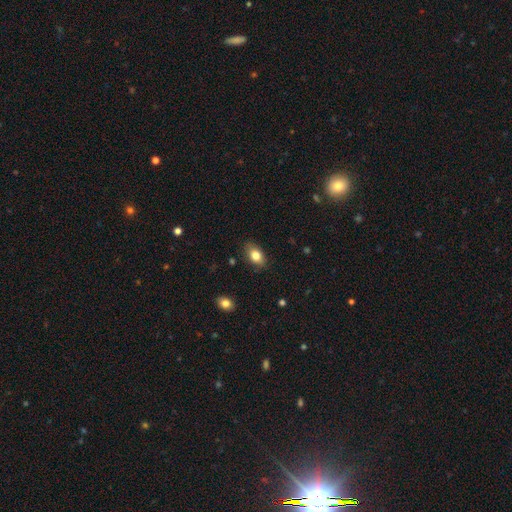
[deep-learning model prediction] This is clearly a smooth galaxy (81%). How rounded: clearly in between (86%). Merging: clearly none (83%).